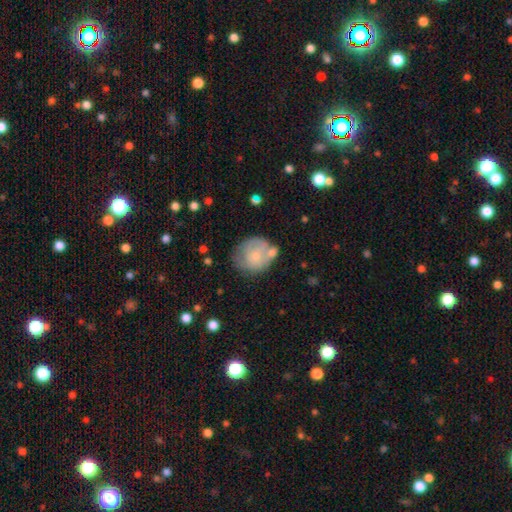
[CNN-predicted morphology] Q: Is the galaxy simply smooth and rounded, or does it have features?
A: smooth — 57%.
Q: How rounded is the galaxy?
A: round — 73%.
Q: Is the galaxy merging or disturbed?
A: none — 43%.